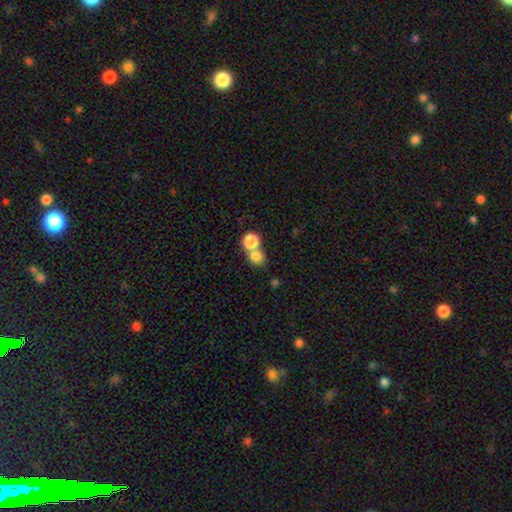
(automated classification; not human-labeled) smooth_or_featured: smooth (p=0.80) [alt: star or artifact p=0.11]
how_rounded: round (p=0.76) [alt: in between p=0.23]
merging: merger (p=0.50) [alt: none p=0.40]